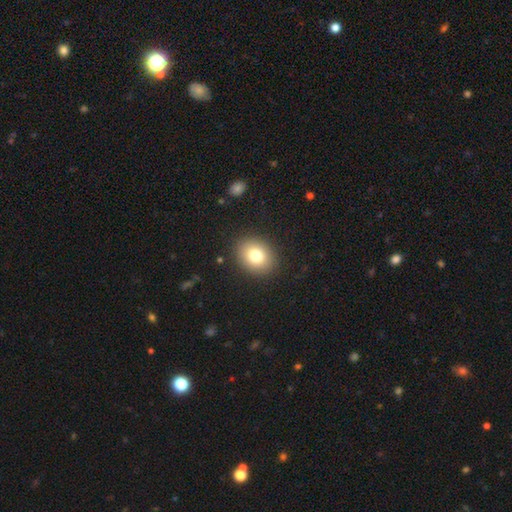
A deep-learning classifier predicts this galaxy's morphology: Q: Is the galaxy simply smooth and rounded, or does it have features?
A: smooth — 78%.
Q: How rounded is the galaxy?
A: round — 51%.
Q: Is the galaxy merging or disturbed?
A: none — 89%.